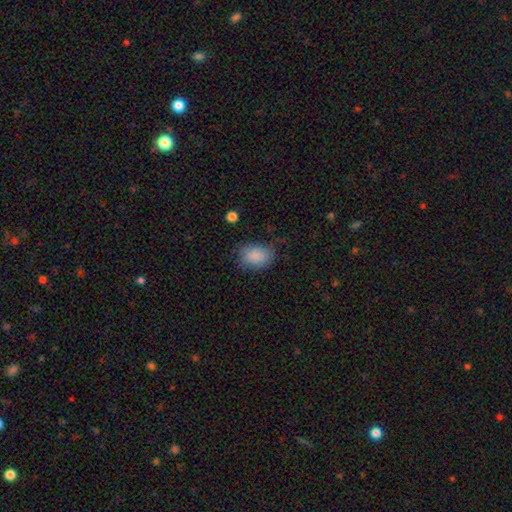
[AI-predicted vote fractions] smooth 87%, star or artifact 8%, featured or disk 5%. Down the decision tree: how rounded — in between (81%); merging — none (70%).